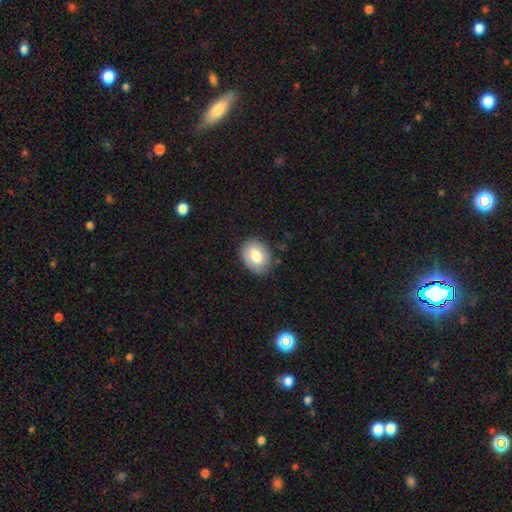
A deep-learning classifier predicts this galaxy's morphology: Smooth or featured: smooth — 75% (featured or disk — 18%)
How rounded: in between — 73% (round — 26%)
Merging: none — 80% (minor disturbance — 15%)